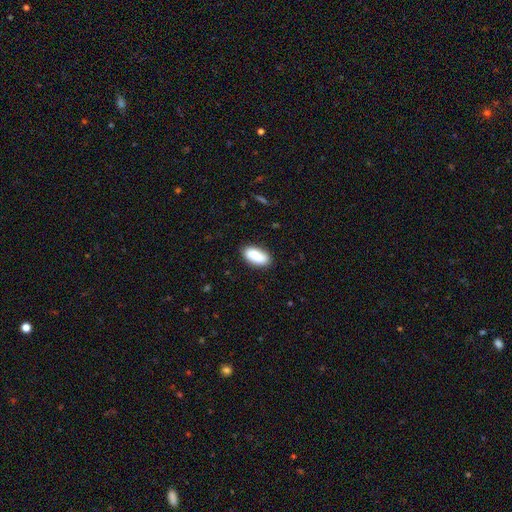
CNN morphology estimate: type=smooth (85%); roundness=in between (91%); merging=none (85%).